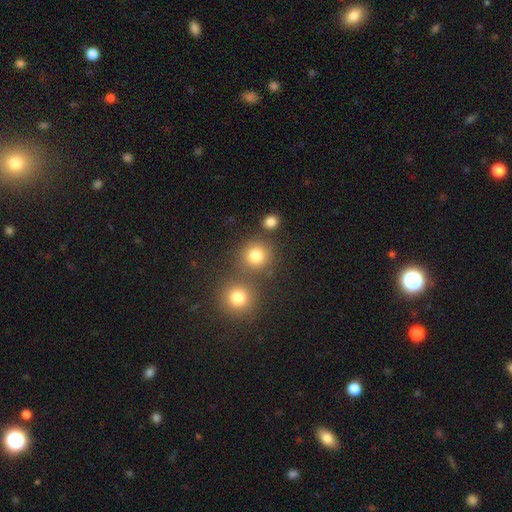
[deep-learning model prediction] Overall: smooth (80%). How rounded: round (89%). Merging: none (69%).